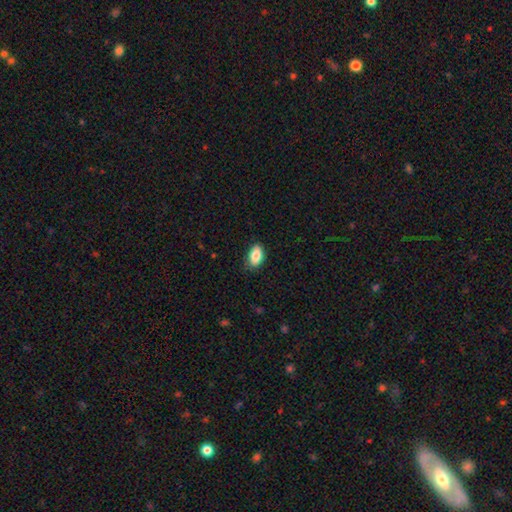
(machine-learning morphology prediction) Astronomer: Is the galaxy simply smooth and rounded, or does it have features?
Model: smooth — 85%.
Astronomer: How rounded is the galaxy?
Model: in between — 92%.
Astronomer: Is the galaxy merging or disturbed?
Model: none — 82%.